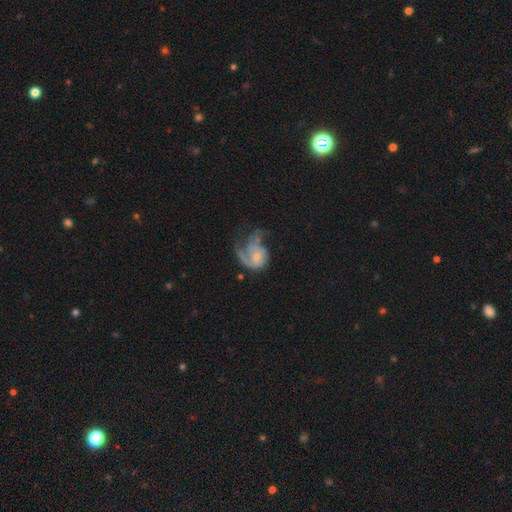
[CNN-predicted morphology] Overall: featured or disk (66%). Edge-on disk: no (98%). Bar: no (76%). Spiral arms: yes (74%). Bulge size: small (56%; moderate 33%). Merging: major disturbance (49%; none 24%).